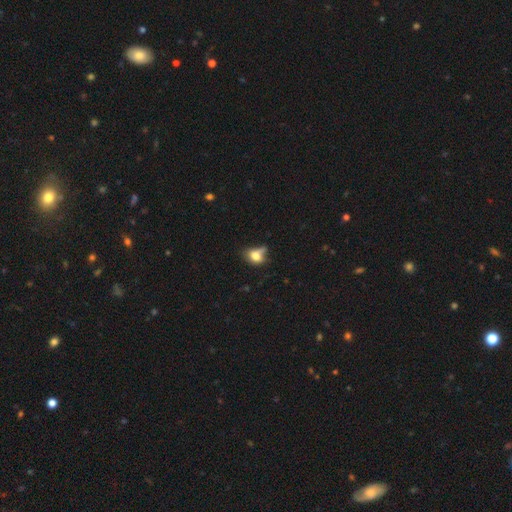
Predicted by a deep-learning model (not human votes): smooth_or_featured: smooth (p=0.72) [alt: featured or disk p=0.16]
how_rounded: in between (p=0.65) [alt: round p=0.33]
merging: none (p=0.33) [alt: minor disturbance p=0.32]